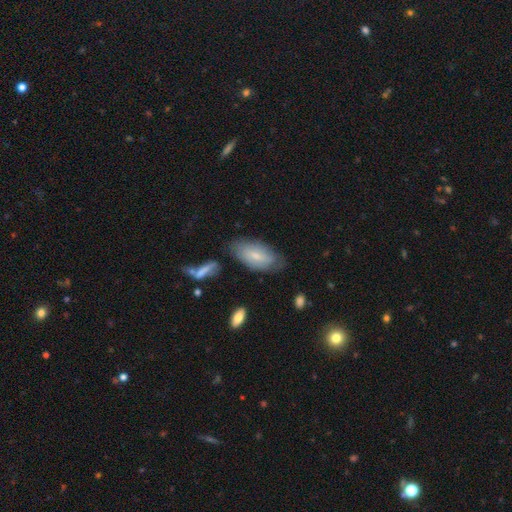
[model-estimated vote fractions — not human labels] smooth-or-featured: smooth: 68% | featured or disk: 26% | star or artifact: 7%
  how-rounded: in between: 90% | cigar-shaped: 8% | round: 3%
  merging: none: 67% | minor disturbance: 23% | major disturbance: 6% | merger: 4%